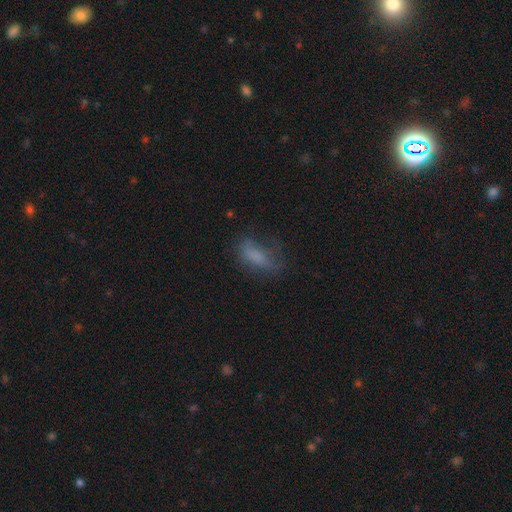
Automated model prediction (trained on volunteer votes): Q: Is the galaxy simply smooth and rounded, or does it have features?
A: smooth — 68%.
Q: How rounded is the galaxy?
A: in between — 73%.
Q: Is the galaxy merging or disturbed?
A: none — 50%.